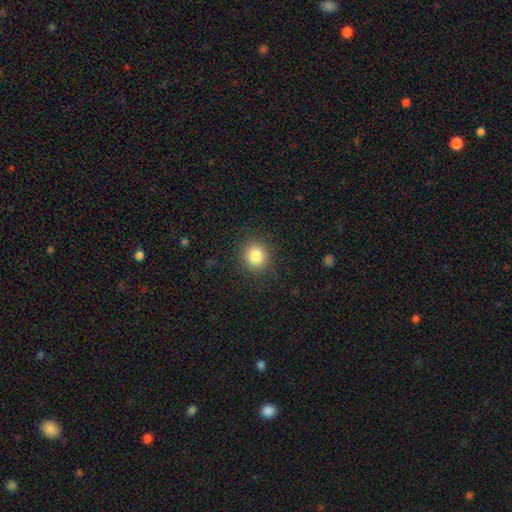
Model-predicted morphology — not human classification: This appears to be a smooth galaxy with no disk features (84%) that is round (87%). Merging: none (89%).